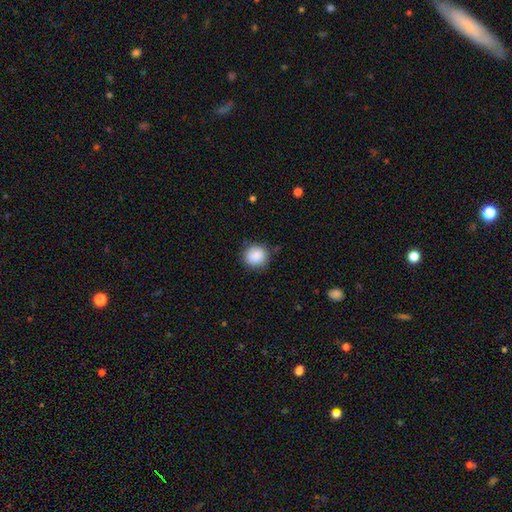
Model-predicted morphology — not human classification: A smooth galaxy with no disk features (88%) that is round (88%).

Vote fractions:
- Smooth or featured? smooth: 88% / star or artifact: 8% / featured or disk: 4%
- How rounded? round: 88% / in between: 11% / cigar-shaped: 1%
- Merging? none: 84% / minor disturbance: 11% / major disturbance: 3% / merger: 1%